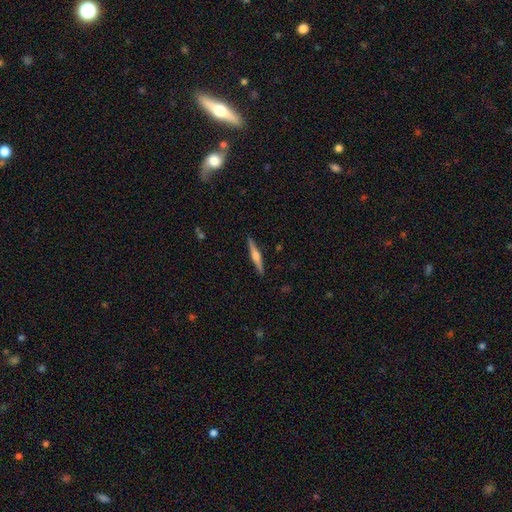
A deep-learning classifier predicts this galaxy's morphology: type=featured or disk (64%); edge-on=yes (98%); edge-on bulge=rounded (86%); merging=none (91%).